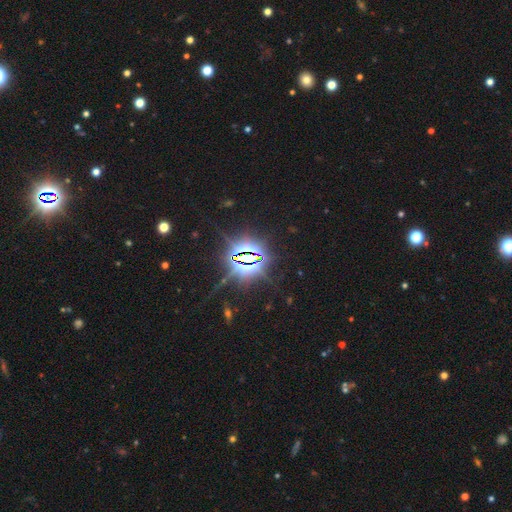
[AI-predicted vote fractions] The model was most divided on "smooth or featured": star or artifact: 85%, featured or disk: 9%, smooth: 7%.